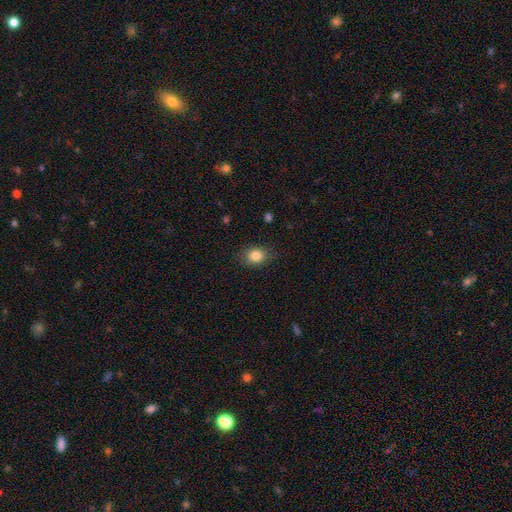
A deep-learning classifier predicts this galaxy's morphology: Smooth or featured? Predicted: smooth (p=0.84). How rounded? Predicted: in between (p=0.49, tied with round). Merging? Predicted: none (p=0.81).